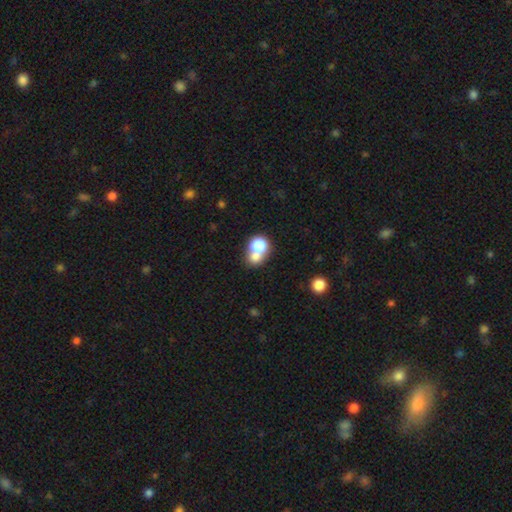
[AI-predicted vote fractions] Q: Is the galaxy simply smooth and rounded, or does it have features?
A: smooth — 73%.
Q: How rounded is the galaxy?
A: round — 71%.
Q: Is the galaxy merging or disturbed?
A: merger — 63%.